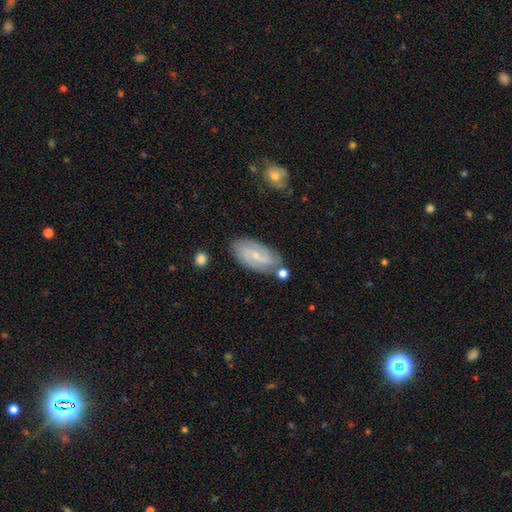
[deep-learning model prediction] Overall: featured or disk (66%; smooth 26%). Edge-on disk: no (94%). Bar: weak (53%; no 27%). Spiral arms: yes (90%). Spiral arm count: 2 (74%). Spiral winding: medium (41%; tight 30%). Bulge size: small (73%). Merging: none (73%).